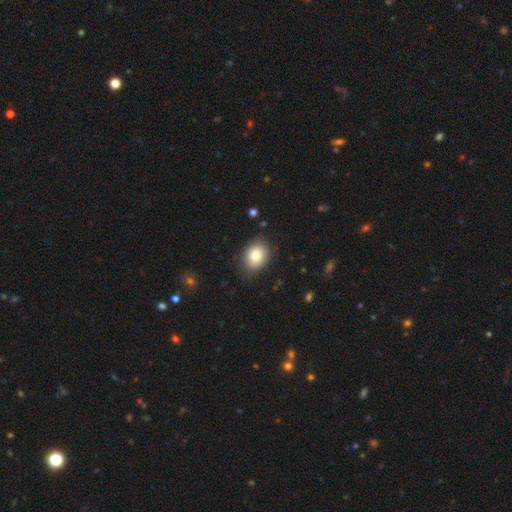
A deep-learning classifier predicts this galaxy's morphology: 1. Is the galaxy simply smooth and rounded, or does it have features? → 79% smooth, 12% featured or disk, 9% star or artifact.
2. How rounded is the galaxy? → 50% in between, 49% round, 1% cigar-shaped.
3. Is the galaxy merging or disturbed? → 84% none, 12% minor disturbance, 3% major disturbance, 1% merger.